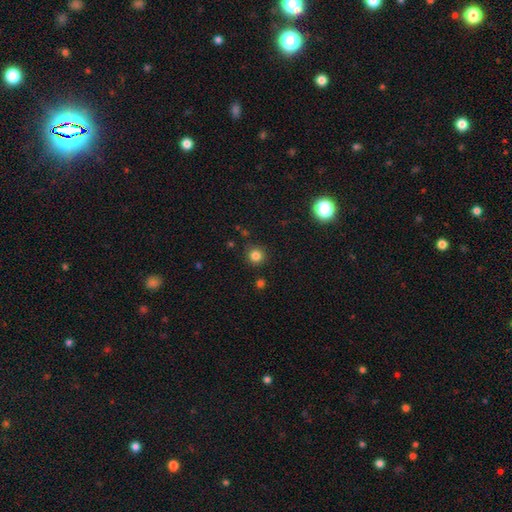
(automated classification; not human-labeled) smooth 82%, star or artifact 13%, featured or disk 5%. Down the decision tree: how rounded — round (93%); merging — none (88%).